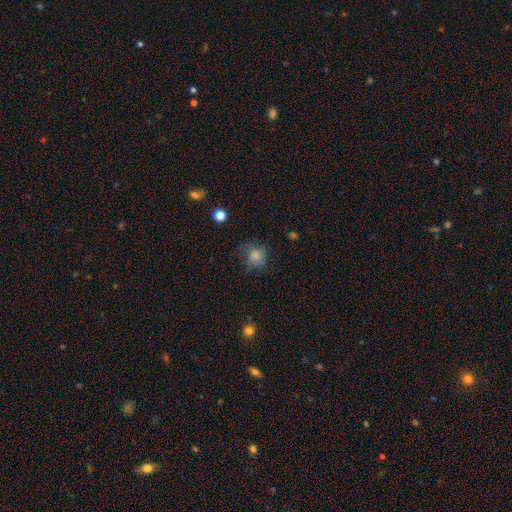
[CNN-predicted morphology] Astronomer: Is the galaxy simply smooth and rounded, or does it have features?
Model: smooth — 78%.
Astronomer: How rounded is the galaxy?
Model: round — 84%.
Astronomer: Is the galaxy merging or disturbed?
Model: none — 62%.